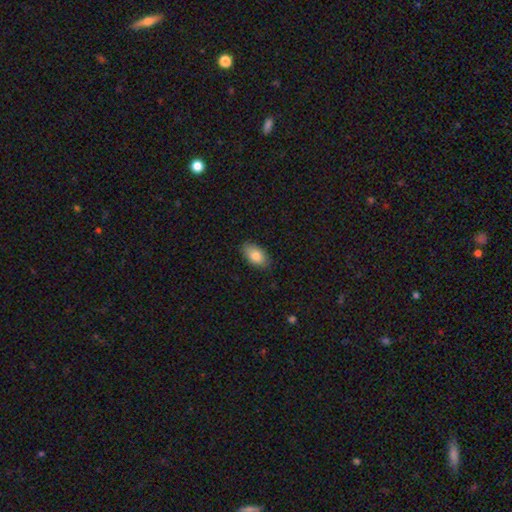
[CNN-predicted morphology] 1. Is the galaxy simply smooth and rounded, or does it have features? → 83% smooth, 10% featured or disk, 7% star or artifact.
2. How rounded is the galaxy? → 93% in between, 5% round, 2% cigar-shaped.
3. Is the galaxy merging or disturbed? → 83% none, 13% minor disturbance, 2% major disturbance, 1% merger.